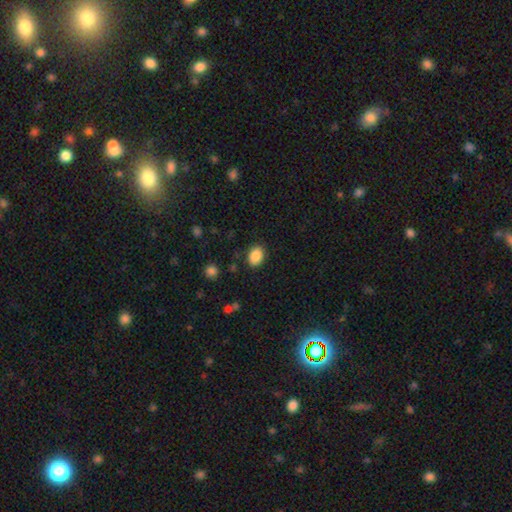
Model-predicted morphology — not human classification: smooth-or-featured: smooth: 88% | star or artifact: 8% | featured or disk: 4%
  how-rounded: in between: 73% | round: 26% | cigar-shaped: 1%
  merging: none: 85% | minor disturbance: 11% | major disturbance: 3% | merger: 2%